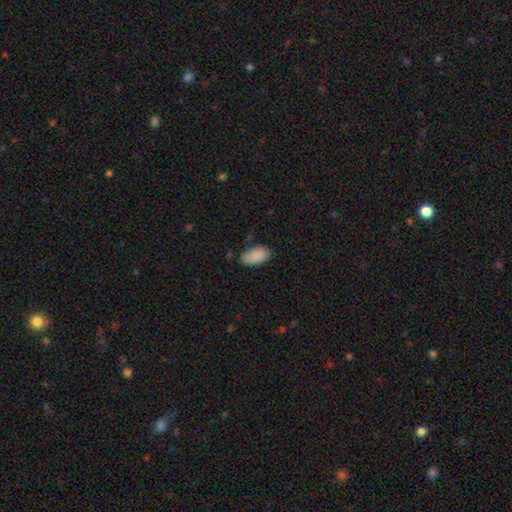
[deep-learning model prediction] smooth-or-featured: smooth: 89% | star or artifact: 7% | featured or disk: 4%
  how-rounded: in between: 94% | cigar-shaped: 3% | round: 3%
  merging: none: 79% | minor disturbance: 16% | major disturbance: 3% | merger: 2%